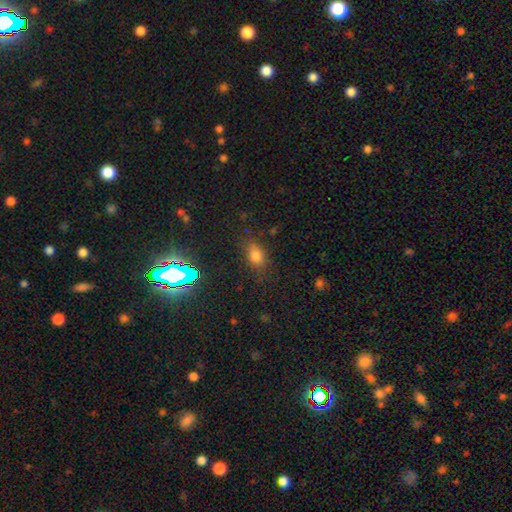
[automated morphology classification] A smooth galaxy with no disk features (72%) that is in between round and cigar-shaped (75%).

Vote fractions:
- Smooth or featured? smooth: 72% / star or artifact: 19% / featured or disk: 8%
- How rounded? in between: 75% / round: 23% / cigar-shaped: 3%
- Merging? none: 78% / minor disturbance: 15% / major disturbance: 5% / merger: 2%